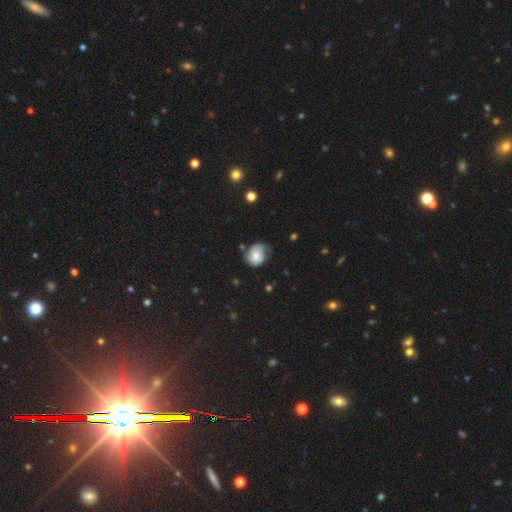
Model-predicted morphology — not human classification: Smooth or featured: smooth — 60% (featured or disk — 32%)
How rounded: round — 62% (in between — 37%)
Merging: none — 48% (minor disturbance — 36%)